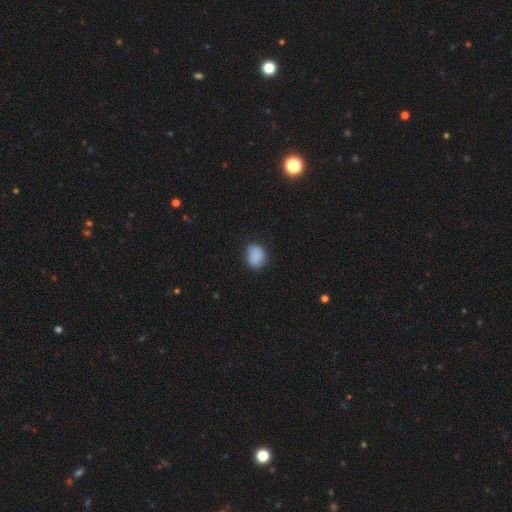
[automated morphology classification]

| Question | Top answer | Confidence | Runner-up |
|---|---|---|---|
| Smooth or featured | smooth | 84% | star or artifact (9%) |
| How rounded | in between | 52% | round (47%) |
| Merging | none | 73% | minor disturbance (21%) |